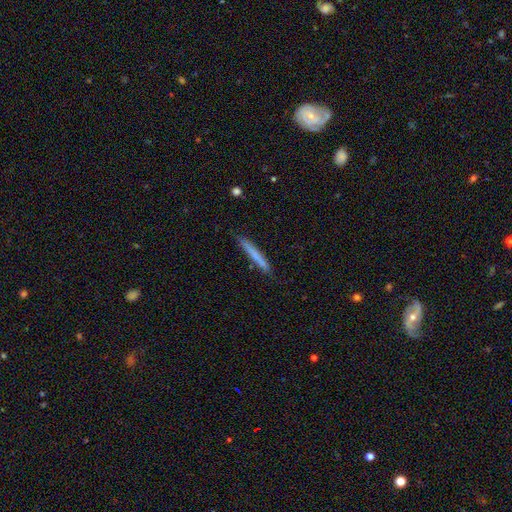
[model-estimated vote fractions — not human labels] smooth 69%, featured or disk 25%, star or artifact 6%. Down the decision tree: how rounded — cigar-shaped (96%); merging — none (84%).